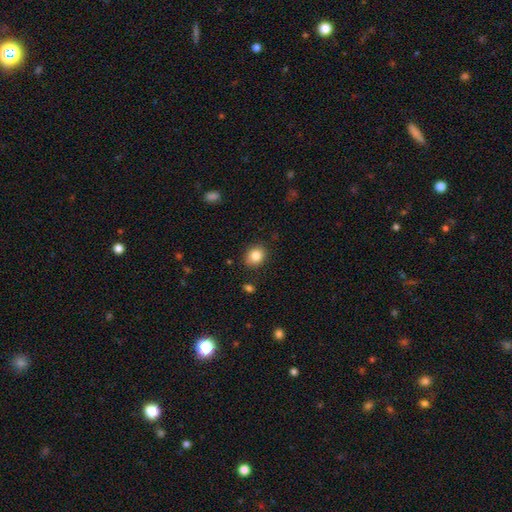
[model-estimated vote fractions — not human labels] Q: Smooth or featured?
A: smooth (84%); runner-up: star or artifact (9%)
Q: How rounded?
A: round (58%); runner-up: in between (41%)
Q: Merging?
A: none (87%); runner-up: minor disturbance (9%)